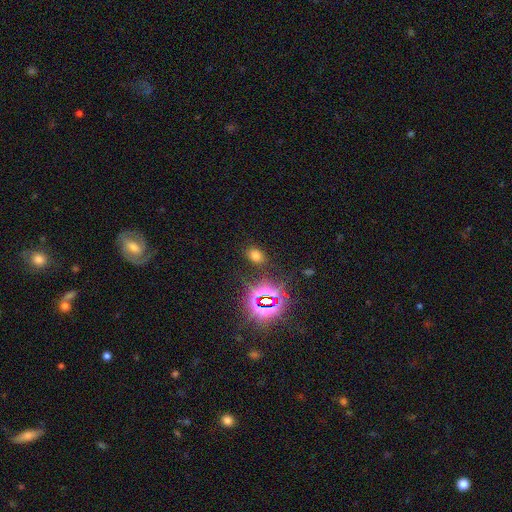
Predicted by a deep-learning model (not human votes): A smooth galaxy with no disk features (61%) that is in between round and cigar-shaped (74%). Merging: none (84%).